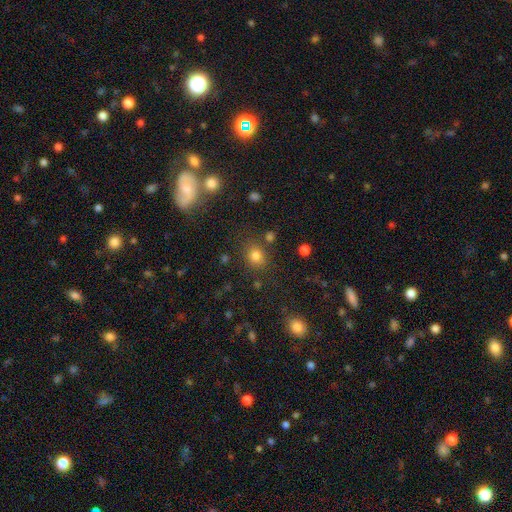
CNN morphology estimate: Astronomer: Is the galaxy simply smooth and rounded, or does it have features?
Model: smooth — 78%.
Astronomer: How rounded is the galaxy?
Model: round — 70%.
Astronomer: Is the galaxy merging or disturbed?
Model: none — 78%.